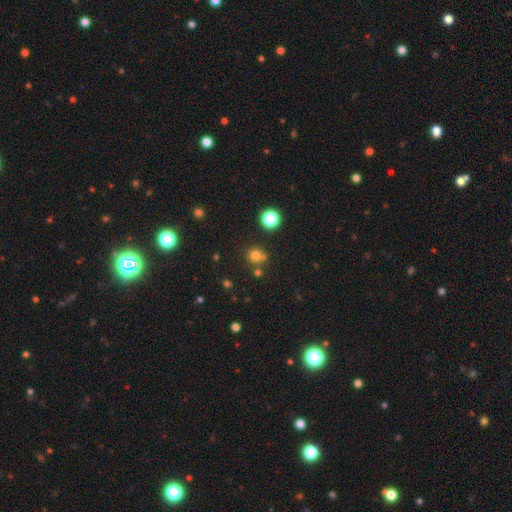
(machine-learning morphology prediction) Smooth or featured: smooth — 71% (star or artifact — 21%)
How rounded: round — 89% (in between — 10%)
Merging: none — 66% (merger — 21%)